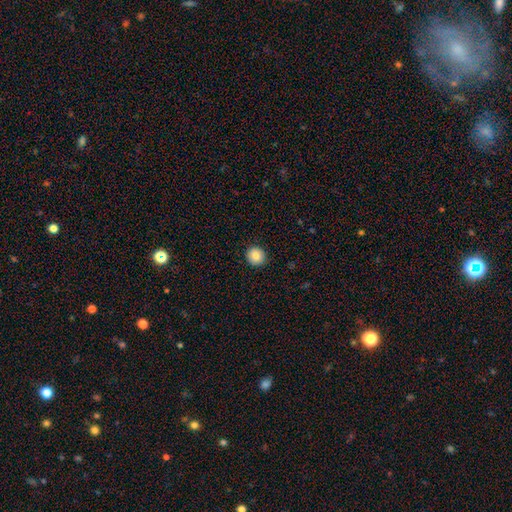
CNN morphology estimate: smooth 87%, star or artifact 8%, featured or disk 5%. Down the decision tree: how rounded — round (91%); merging — none (92%).